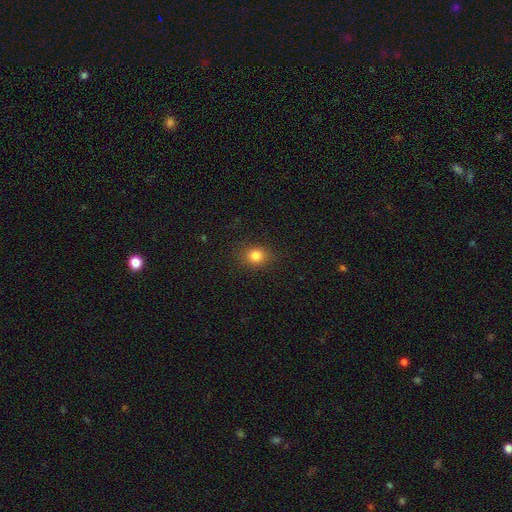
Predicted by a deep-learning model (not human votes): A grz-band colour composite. It shows a smooth galaxy with no disk features (83%) that is round (68%). Merging: none (86%).